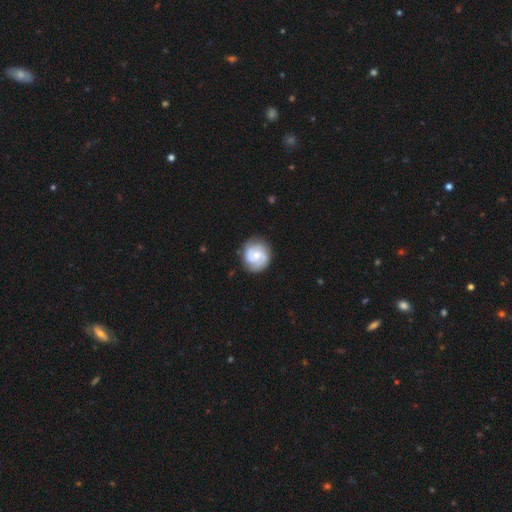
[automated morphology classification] Smooth or featured?
  - featured or disk: 66% *
  - smooth: 28%
  - star or artifact: 6%
Edge-on disk?
  - no: 98% *
  - yes: 2%
Bar?
  - no: 62% *
  - weak: 33%
  - strong: 5%
Spiral arms?
  - yes: 92% *
  - no: 8%
Spiral winding?
  - tight: 48% *
  - medium: 39%
  - loose: 13%
Spiral arm count?
  - 2: 53% *
  - can't tell: 19%
  - 3: 18%
  - 1: 4%
  - 4: 4%
  - more than 4: 3%
Bulge size?
  - small: 55% *
  - moderate: 38%
  - none: 3%
  - large: 2%
  - dominant: 1%
Merging?
  - none: 80% *
  - minor disturbance: 14%
  - major disturbance: 4%
  - merger: 1%